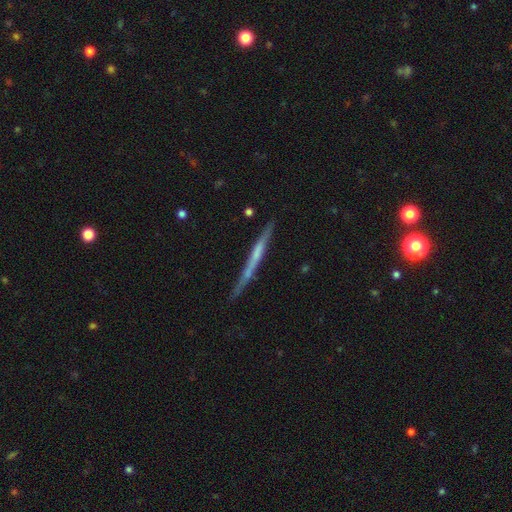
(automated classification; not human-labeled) Smooth or featured: featured or disk — 62% (smooth — 32%)
Edge-on disk: yes — 96% (no — 4%)
Edge-on bulge: none — 76% (rounded — 16%)
Merging: none — 81% (minor disturbance — 14%)